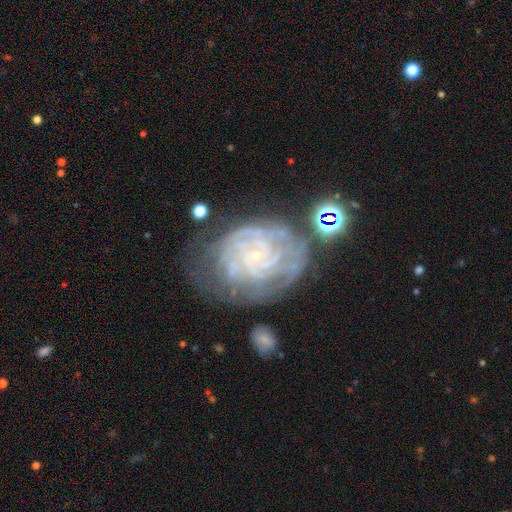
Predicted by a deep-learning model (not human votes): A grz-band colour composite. It shows a featured or disk galaxy (82%) with no bar (78%), tight (77%) spiral arms (91%) and a small central bulge (87%). Merging: none (51%).